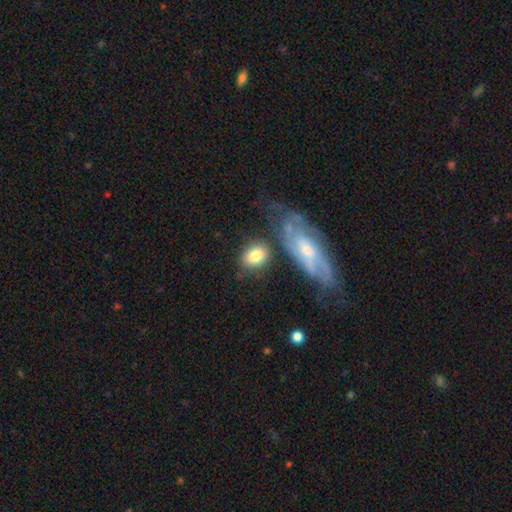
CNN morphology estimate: type=smooth (78%); roundness=in between (58%); merging=none (58%).